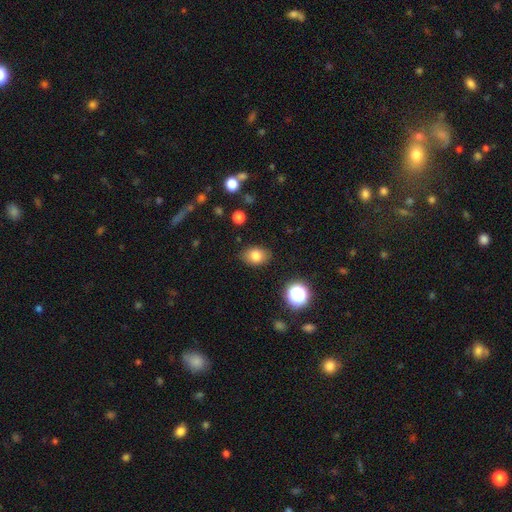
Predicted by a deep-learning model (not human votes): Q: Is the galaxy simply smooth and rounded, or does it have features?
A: smooth — 79%.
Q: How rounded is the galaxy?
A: in between — 75%.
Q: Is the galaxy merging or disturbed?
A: none — 85%.